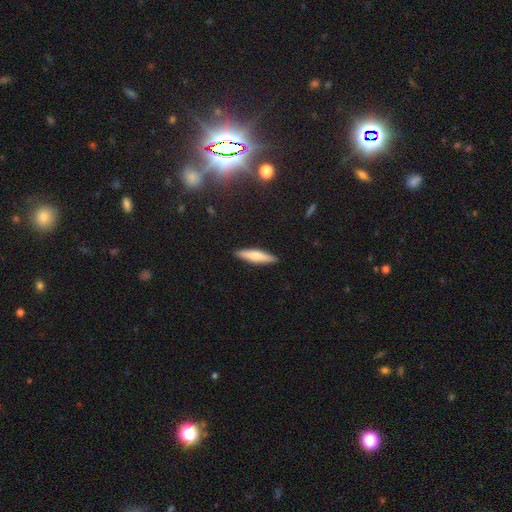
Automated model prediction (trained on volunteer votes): smooth 64%, featured or disk 30%, star or artifact 6%. Down the decision tree: how rounded — cigar-shaped (81%); merging — none (90%).